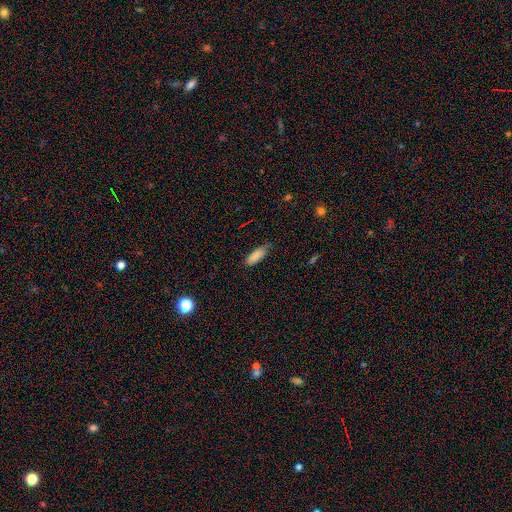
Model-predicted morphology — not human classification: type=smooth (86%); roundness=in between (70%); merging=none (73%).